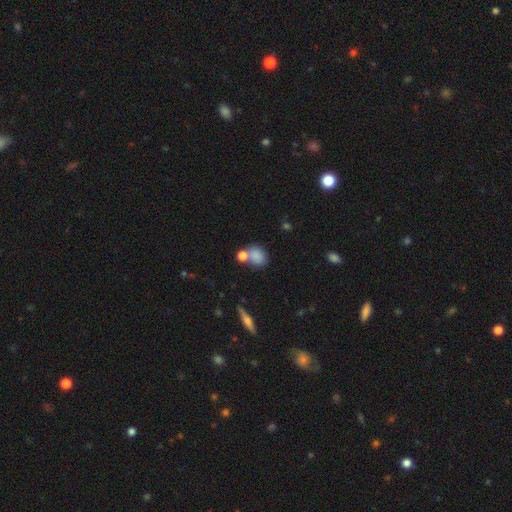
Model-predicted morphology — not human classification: This is likely a smooth galaxy (80%). How rounded: possibly round (50%). Merging: possibly none (49%).